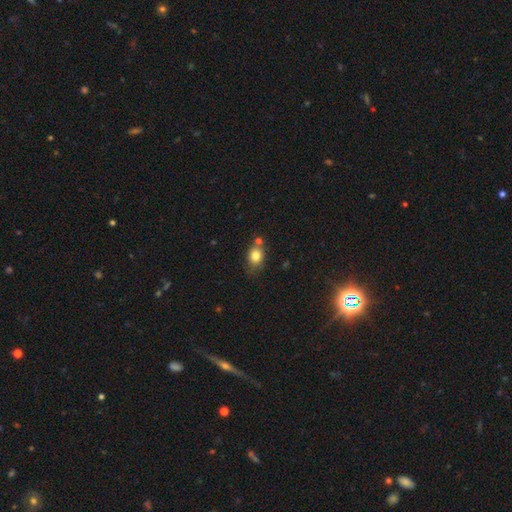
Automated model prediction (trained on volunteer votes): Smooth or featured: smooth — 81% (star or artifact — 10%)
How rounded: in between — 54% (round — 45%)
Merging: none — 60% (minor disturbance — 19%)